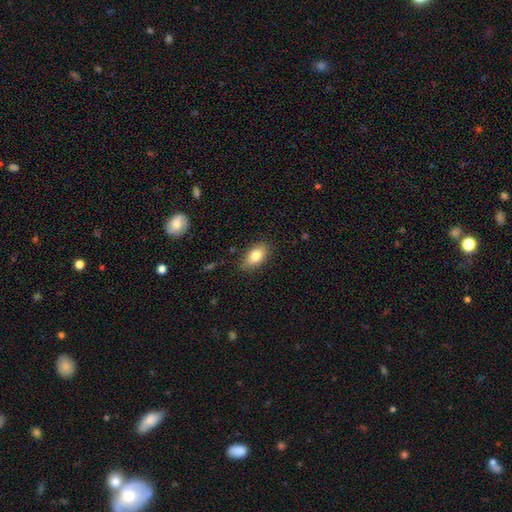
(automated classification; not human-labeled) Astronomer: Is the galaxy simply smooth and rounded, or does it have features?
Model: smooth — 81%.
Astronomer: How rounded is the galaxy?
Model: in between — 89%.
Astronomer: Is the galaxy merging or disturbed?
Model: none — 84%.